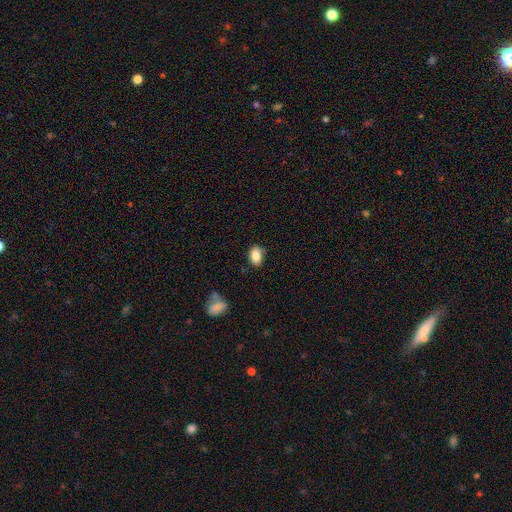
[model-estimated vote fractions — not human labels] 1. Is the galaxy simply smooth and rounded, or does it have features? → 86% smooth, 8% star or artifact, 6% featured or disk.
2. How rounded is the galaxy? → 82% in between, 16% round, 1% cigar-shaped.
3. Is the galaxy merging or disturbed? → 78% none, 17% minor disturbance, 3% major disturbance, 2% merger.